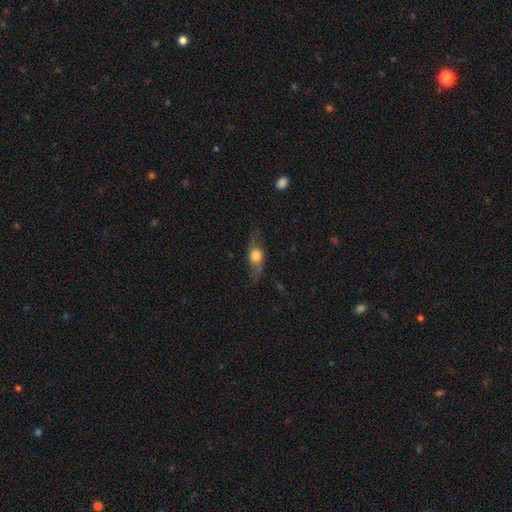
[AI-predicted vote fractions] This is possibly a smooth galaxy (52%). How rounded: possibly in between (50%). Merging: likely none (71%).